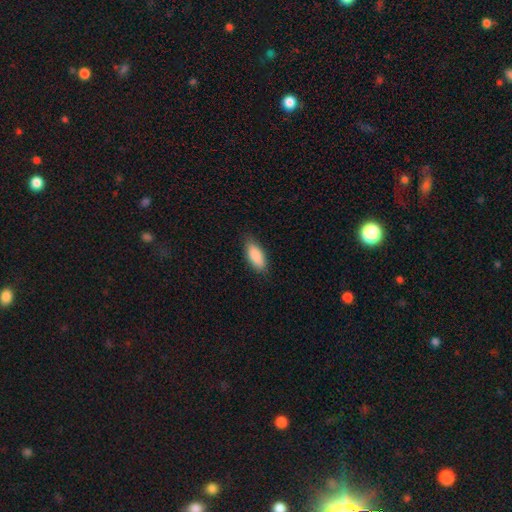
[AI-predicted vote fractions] A smooth galaxy with no disk features (89%) that is in between round and cigar-shaped (82%).

Vote fractions:
- Smooth or featured? smooth: 89% / star or artifact: 6% / featured or disk: 5%
- How rounded? in between: 82% / cigar-shaped: 16% / round: 2%
- Merging? none: 82% / minor disturbance: 14% / major disturbance: 3% / merger: 1%